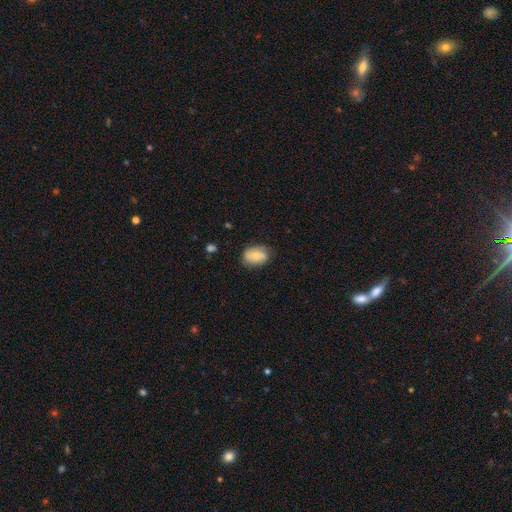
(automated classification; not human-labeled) This appears to be a smooth galaxy with no disk features (64%) that is in between round and cigar-shaped (78%). Merging: none (70%).